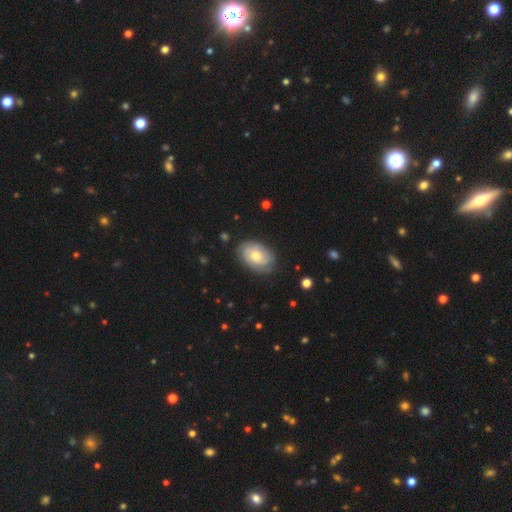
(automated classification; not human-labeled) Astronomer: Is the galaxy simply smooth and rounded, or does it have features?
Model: featured or disk — 58% (runner-up: smooth, 36%).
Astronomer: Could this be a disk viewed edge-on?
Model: no — 95%.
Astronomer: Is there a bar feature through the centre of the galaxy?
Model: no — 79%.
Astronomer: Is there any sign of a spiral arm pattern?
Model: yes — 84%.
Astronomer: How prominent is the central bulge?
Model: moderate — 64%.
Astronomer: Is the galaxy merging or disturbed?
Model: none — 75%.